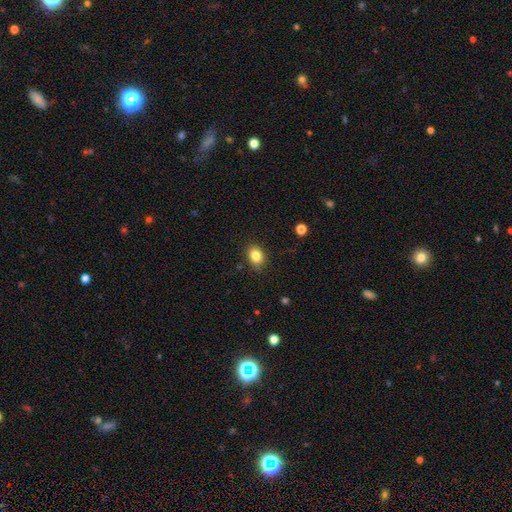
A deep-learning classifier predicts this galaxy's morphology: A smooth galaxy with no disk features (84%) that is in between round and cigar-shaped (67%).

Vote fractions:
- Smooth or featured? smooth: 84% / star or artifact: 10% / featured or disk: 6%
- How rounded? in between: 67% / round: 32% / cigar-shaped: 1%
- Merging? none: 86% / minor disturbance: 10% / major disturbance: 2% / merger: 1%